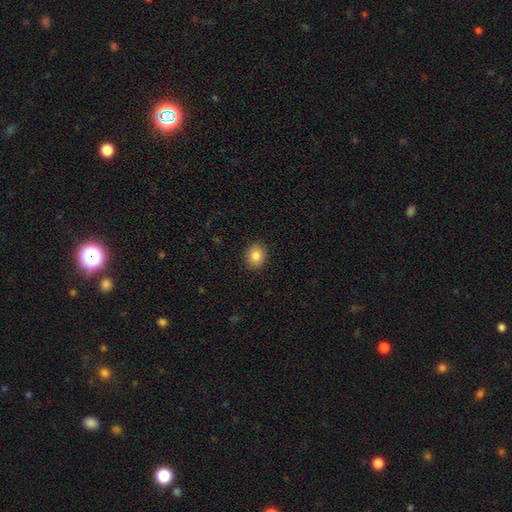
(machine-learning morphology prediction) This appears to be a smooth galaxy with no disk features (85%) that is round (60%). Merging: none (90%).